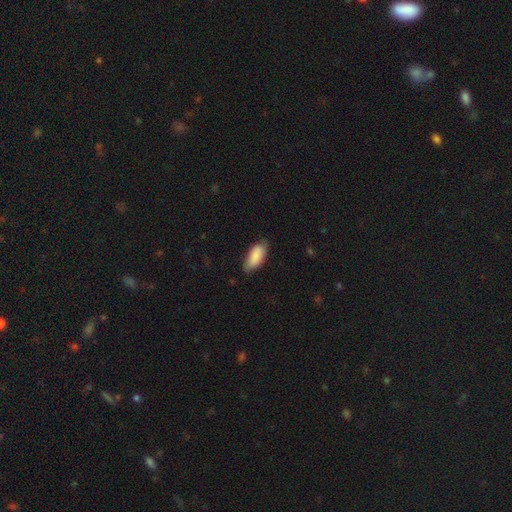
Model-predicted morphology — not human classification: Smooth or featured: smooth — 86% (featured or disk — 8%)
How rounded: in between — 87% (cigar-shaped — 11%)
Merging: none — 69% (minor disturbance — 26%)